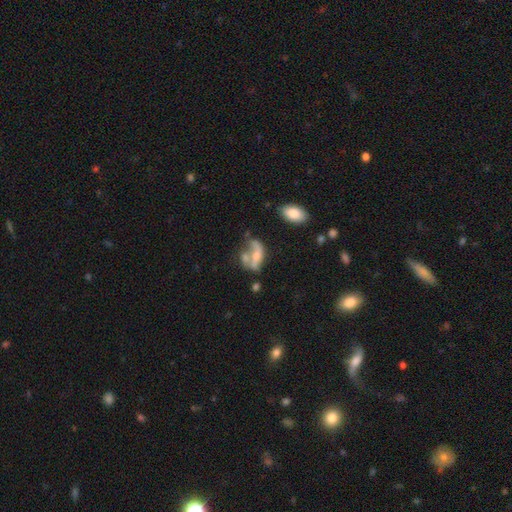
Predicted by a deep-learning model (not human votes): Overall: featured or disk (46%; smooth 43%). Merging: merger (35%; major disturbance 25%).